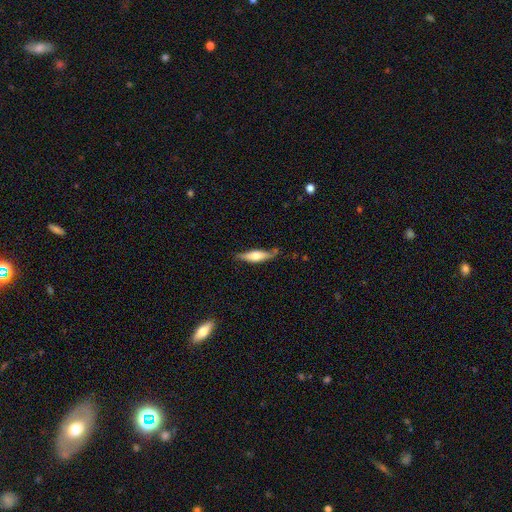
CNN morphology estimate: A smooth galaxy with no disk features (48%). Merging: none (68%).